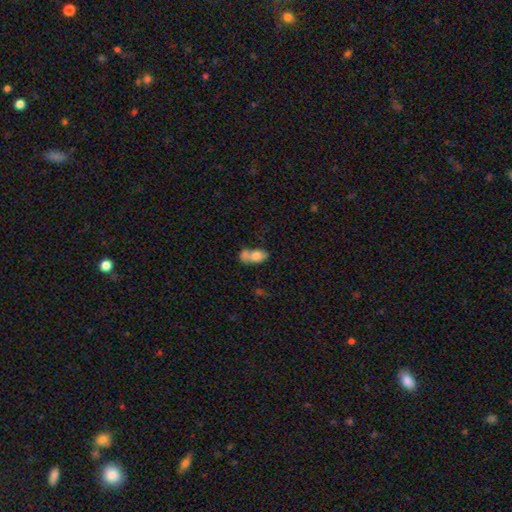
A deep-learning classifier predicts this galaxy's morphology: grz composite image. It shows a smooth galaxy with no disk features (73%) that is in between round and cigar-shaped (86%). Merging: merger (51%).